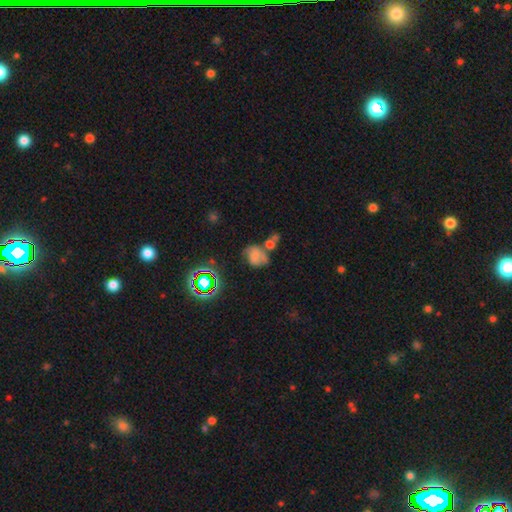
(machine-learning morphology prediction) smooth-or-featured: smooth: 49% | featured or disk: 29% | star or artifact: 21%
  merging: merger: 34% | none: 33% | minor disturbance: 19% | major disturbance: 13%